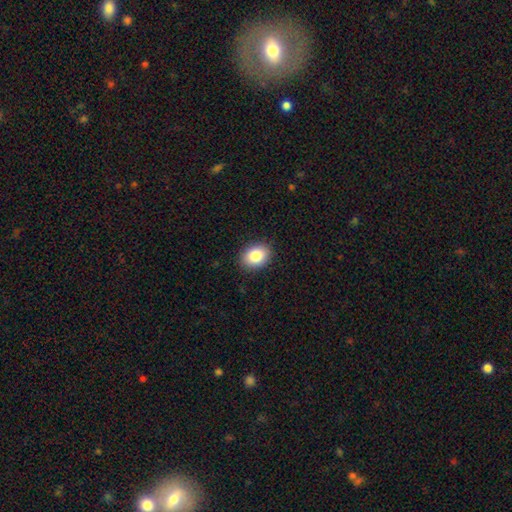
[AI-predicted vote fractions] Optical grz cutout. It shows a smooth galaxy with no disk features (85%) that is in between round and cigar-shaped (69%). Merging: none (89%).